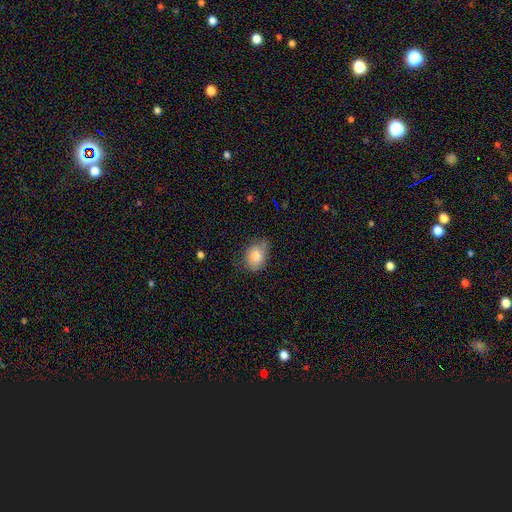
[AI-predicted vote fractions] Q: Smooth or featured?
A: smooth (82%); runner-up: featured or disk (11%)
Q: How rounded?
A: in between (76%); runner-up: round (22%)
Q: Merging?
A: none (61%); runner-up: minor disturbance (31%)